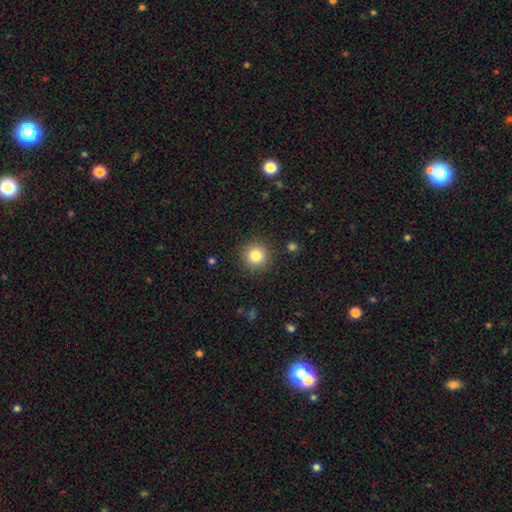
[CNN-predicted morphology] Smooth or featured? smooth (82%)
How rounded? round (95%)
Merging? none (90%)